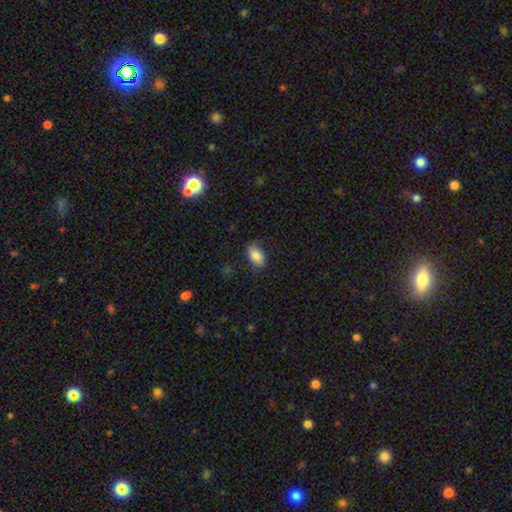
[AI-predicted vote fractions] smooth_or_featured: smooth (p=0.84) [alt: featured or disk p=0.09]
how_rounded: in between (p=0.91) [alt: round p=0.06]
merging: none (p=0.82) [alt: minor disturbance p=0.14]